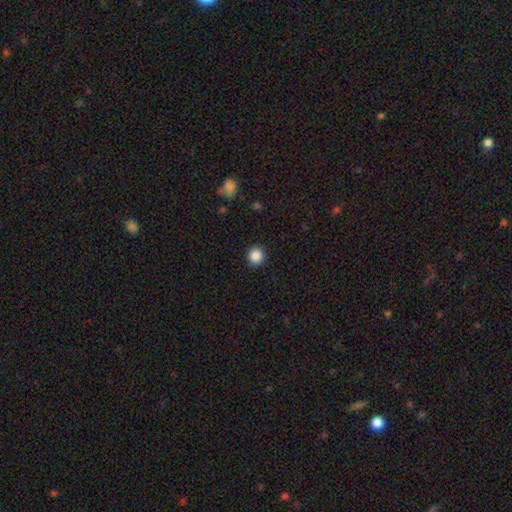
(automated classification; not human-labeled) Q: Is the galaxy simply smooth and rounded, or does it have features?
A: smooth — 87%.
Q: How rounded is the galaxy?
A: round — 92%.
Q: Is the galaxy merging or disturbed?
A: none — 91%.